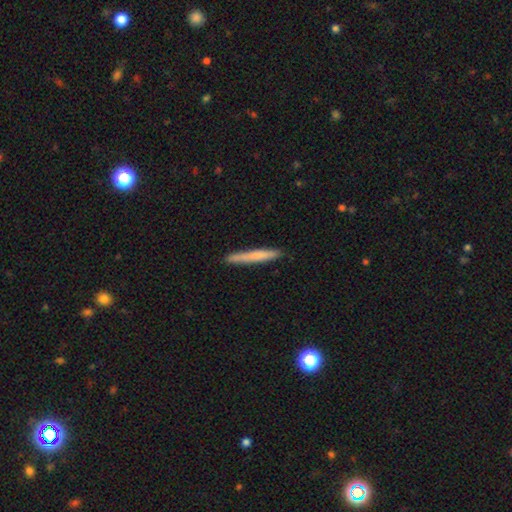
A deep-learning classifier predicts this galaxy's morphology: A smooth galaxy with no disk features (70%) that is cigar-shaped (96%). Merging: none (89%).